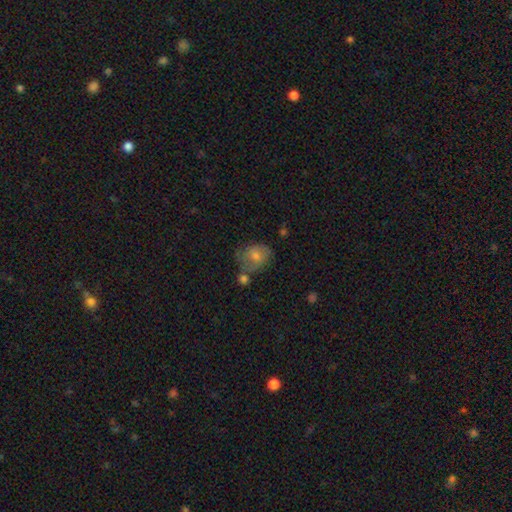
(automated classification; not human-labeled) This appears to be a smooth galaxy with no disk features (60%) that is round (54%). Merging: none (52%).